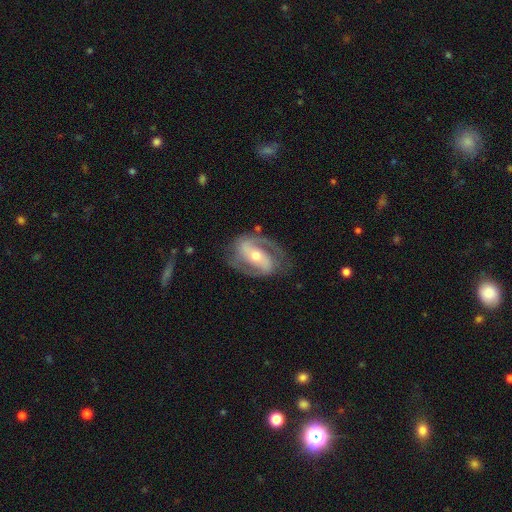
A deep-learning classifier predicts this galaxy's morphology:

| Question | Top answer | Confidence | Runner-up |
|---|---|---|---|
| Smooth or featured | featured or disk | 88% | smooth (7%) |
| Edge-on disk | no | 96% | yes (4%) |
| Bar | strong | 40% | weak (34%) |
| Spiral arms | yes | 95% | no (5%) |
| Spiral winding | medium | 53% | tight (29%) |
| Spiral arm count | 2 | 88% | can't tell (4%) |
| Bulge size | moderate | 59% | small (36%) |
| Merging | none | 74% | minor disturbance (16%) |